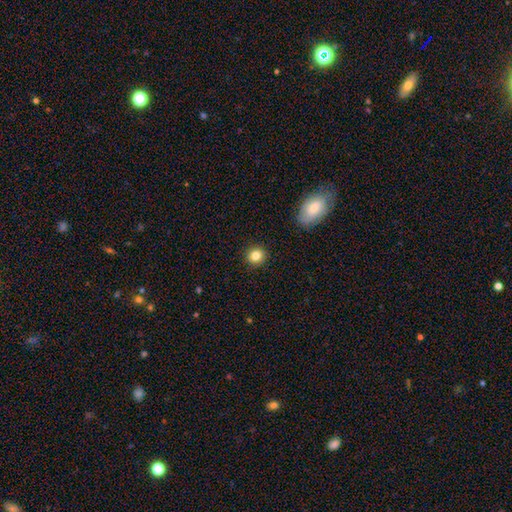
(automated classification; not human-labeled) smooth-or-featured: smooth: 83% | star or artifact: 10% | featured or disk: 6%
  how-rounded: round: 88% | in between: 11% | cigar-shaped: 1%
  merging: none: 92% | minor disturbance: 6% | major disturbance: 2% | merger: 1%